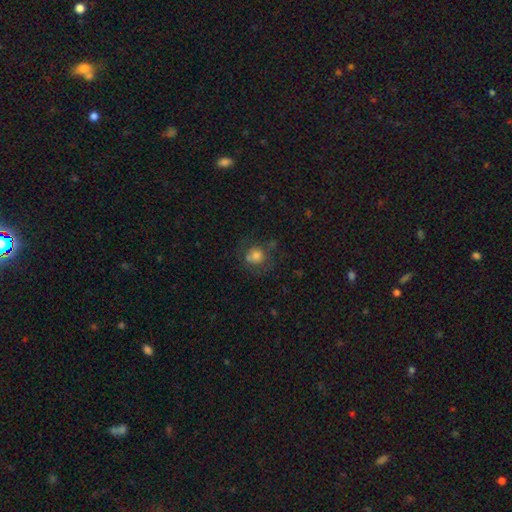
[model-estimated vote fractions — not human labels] Smooth or featured? smooth (69%)
How rounded? round (81%)
Merging? none (59%)